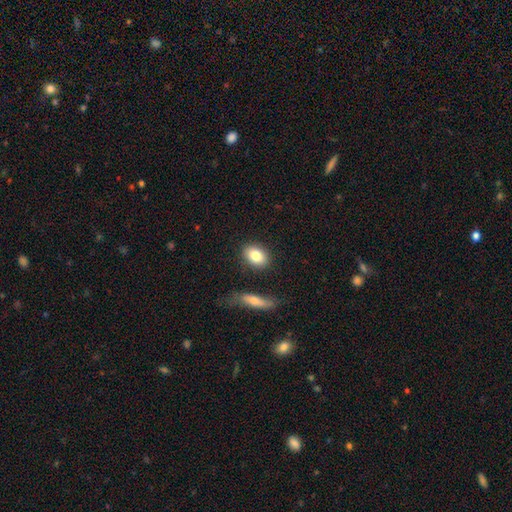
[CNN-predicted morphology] type=smooth (82%); roundness=in between (72%); merging=none (84%).